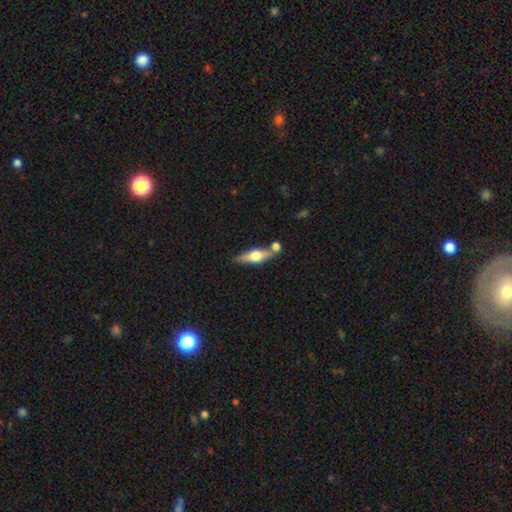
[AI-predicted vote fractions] A featured or disk galaxy (55%) viewed edge-on (90%).

Vote fractions:
- Smooth or featured? featured or disk: 55% / smooth: 39% / star or artifact: 6%
- Edge-on disk? yes: 90% / no: 10%
- Merging? none: 62% / merger: 22% / minor disturbance: 12% / major disturbance: 4%